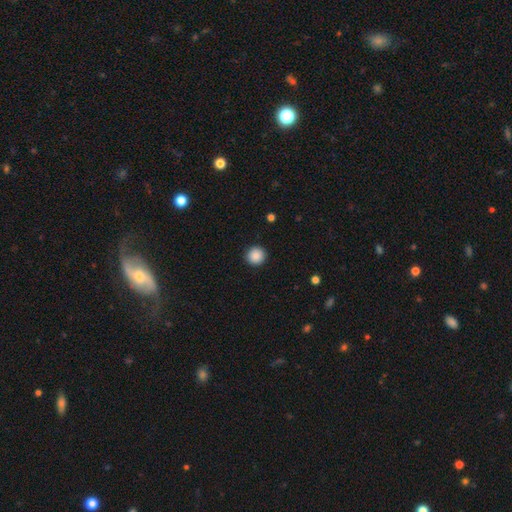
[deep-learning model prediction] A smooth galaxy with no disk features (88%) that is round (95%). Merging: none (92%).